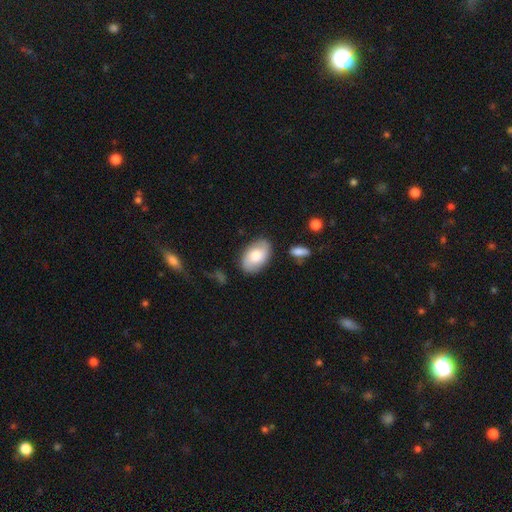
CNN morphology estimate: Smooth or featured?
  - smooth: 72% *
  - featured or disk: 22%
  - star or artifact: 6%
How rounded?
  - in between: 92% *
  - round: 7%
  - cigar-shaped: 1%
Merging?
  - none: 82% *
  - minor disturbance: 13%
  - major disturbance: 3%
  - merger: 3%